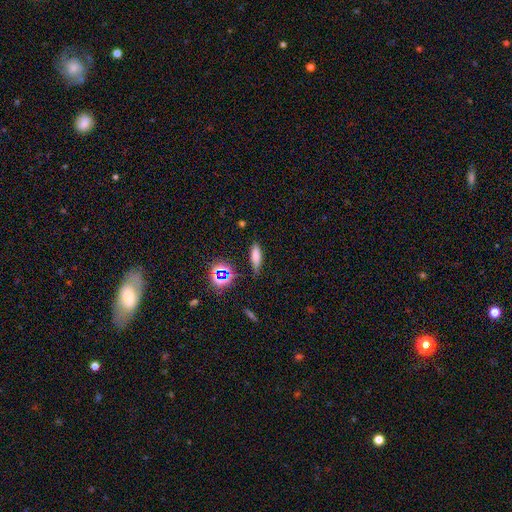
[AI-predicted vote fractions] This is likely a smooth galaxy (71%). How rounded: possibly in between (52%). Merging: likely none (73%).